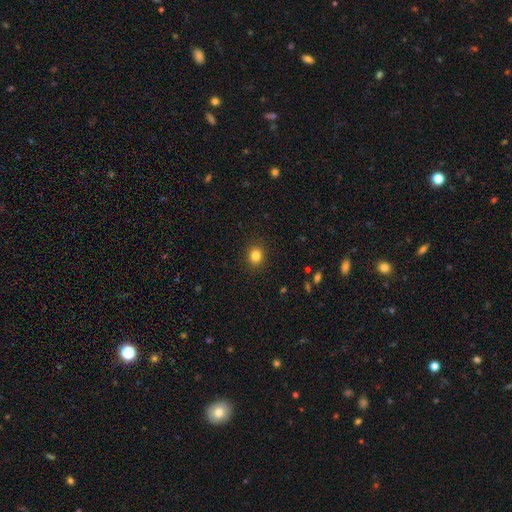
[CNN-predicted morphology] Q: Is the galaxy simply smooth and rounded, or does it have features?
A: smooth — 84%.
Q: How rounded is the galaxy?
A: round — 75%.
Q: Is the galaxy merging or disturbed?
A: none — 91%.